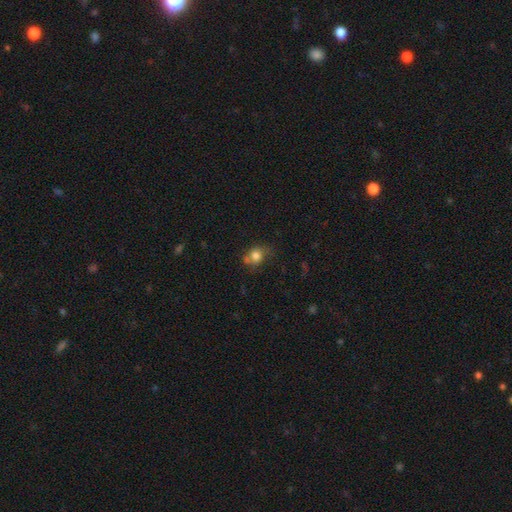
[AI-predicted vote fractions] The model was most divided on "how rounded": round: 58%, in between: 41%, cigar-shaped: 1%. More confident: smooth or featured — smooth (77%); merging — none (53%).